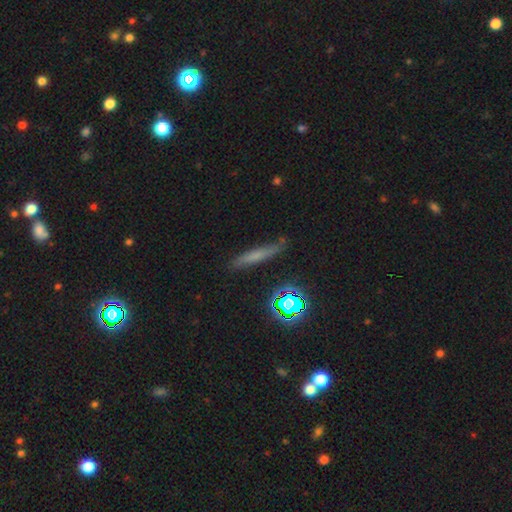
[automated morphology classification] A smooth galaxy with no disk features (53%) that is cigar-shaped (87%). Merging: none (78%).